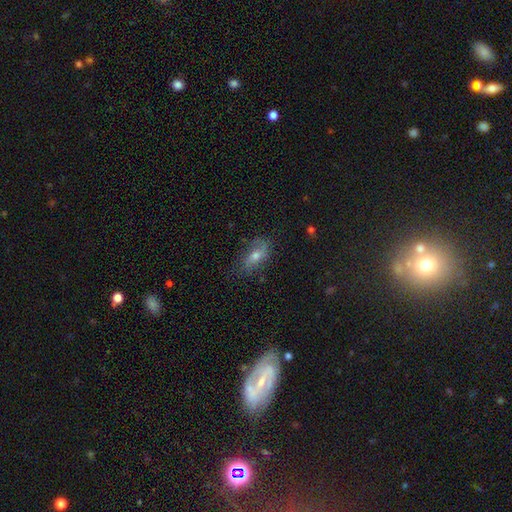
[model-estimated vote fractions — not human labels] A featured or disk galaxy (45%). Merging: none (68%).